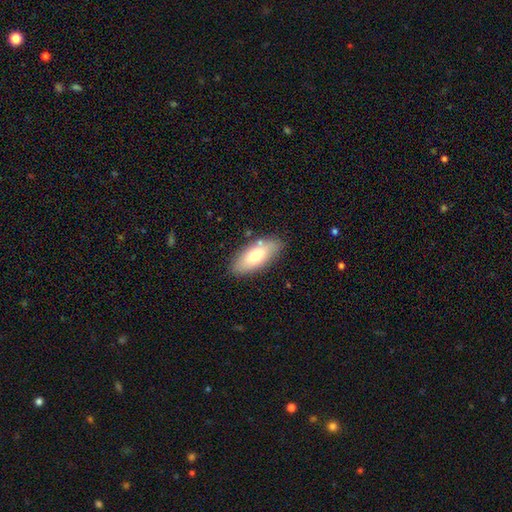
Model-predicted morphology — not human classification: A smooth galaxy with no disk features (73%) that is in between round and cigar-shaped (83%).

Vote fractions:
- Smooth or featured? smooth: 73% / featured or disk: 21% / star or artifact: 6%
- How rounded? in between: 83% / cigar-shaped: 15% / round: 2%
- Merging? none: 83% / minor disturbance: 12% / merger: 3% / major disturbance: 3%